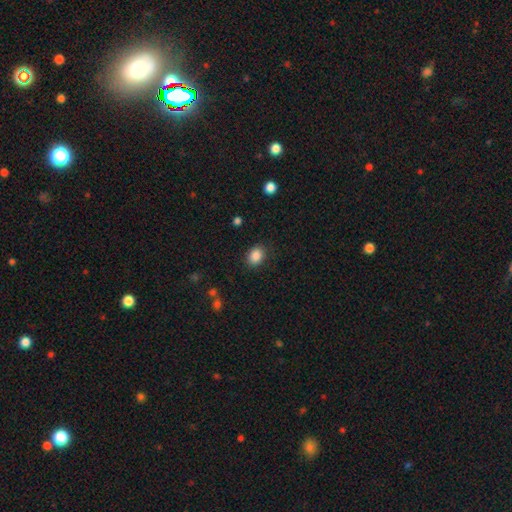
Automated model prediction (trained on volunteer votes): Morphology: type=smooth (87%); roundness=in between (61%); merging=none (86%).